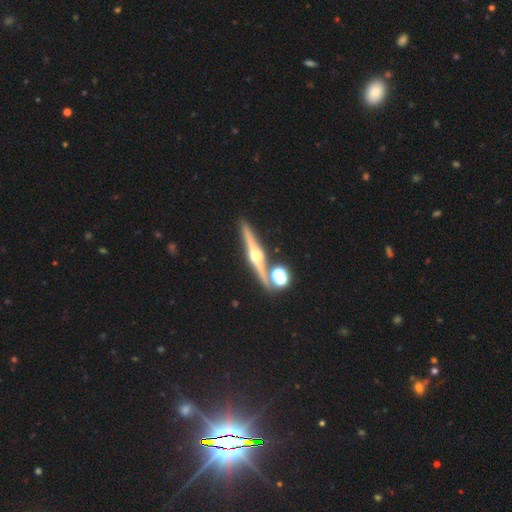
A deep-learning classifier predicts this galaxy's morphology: Smooth or featured: featured or disk — 81% (smooth — 11%)
Edge-on disk: yes — 97% (no — 3%)
Edge-on bulge: rounded — 96% (boxy — 2%)
Merging: none — 84% (merger — 7%)